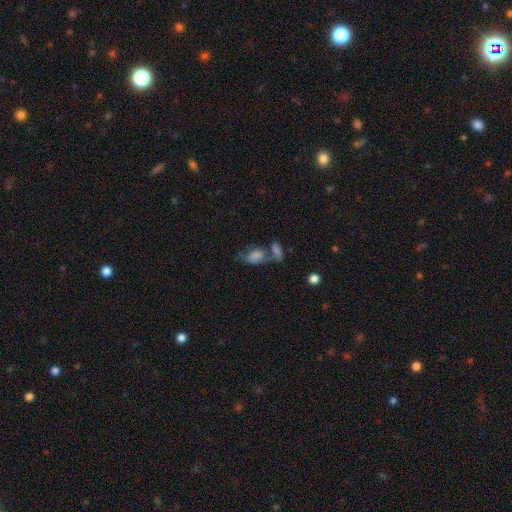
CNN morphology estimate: The model was most divided on "merging": merger: 47%, none: 28%, minor disturbance: 13%, major disturbance: 12%. More confident: how rounded — in between (83%); smooth or featured — smooth (55%).